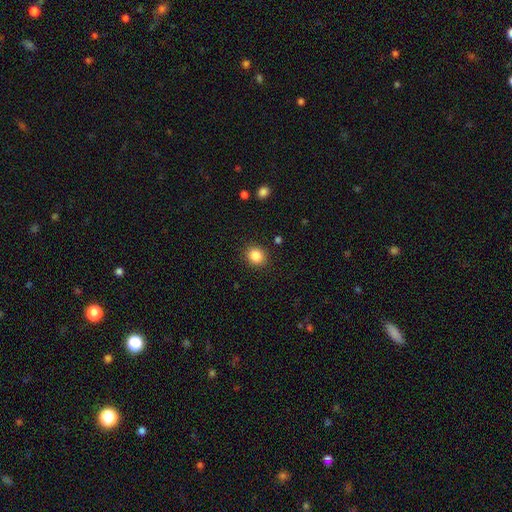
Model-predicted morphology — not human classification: Smooth or featured? Predicted: smooth (p=0.86). How rounded? Predicted: round (p=0.75). Merging? Predicted: none (p=0.89).